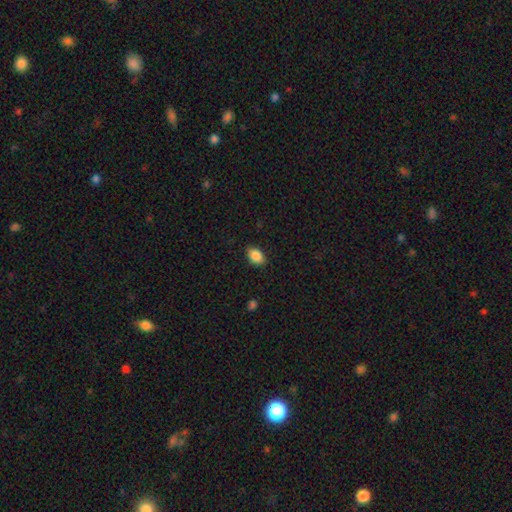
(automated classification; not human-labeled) A smooth galaxy with no disk features (88%) that is in between round and cigar-shaped (89%).

Vote fractions:
- Smooth or featured? smooth: 88% / star or artifact: 8% / featured or disk: 4%
- How rounded? in between: 89% / round: 10% / cigar-shaped: 2%
- Merging? none: 87% / minor disturbance: 10% / major disturbance: 2% / merger: 1%